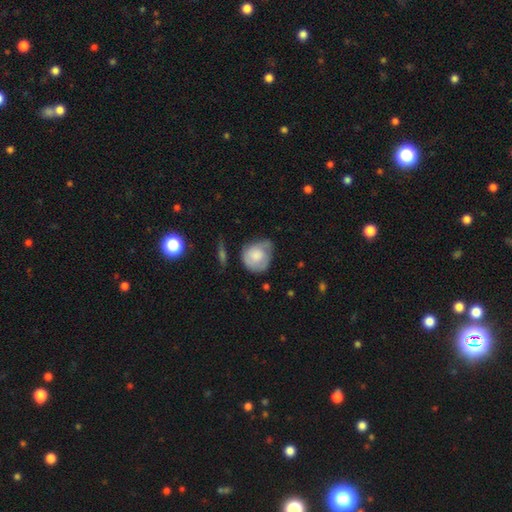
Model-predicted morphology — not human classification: smooth-or-featured: smooth: 58% | featured or disk: 35% | star or artifact: 7%
  how-rounded: round: 70% | in between: 29% | cigar-shaped: 1%
  merging: none: 43% | minor disturbance: 38% | major disturbance: 16% | merger: 3%